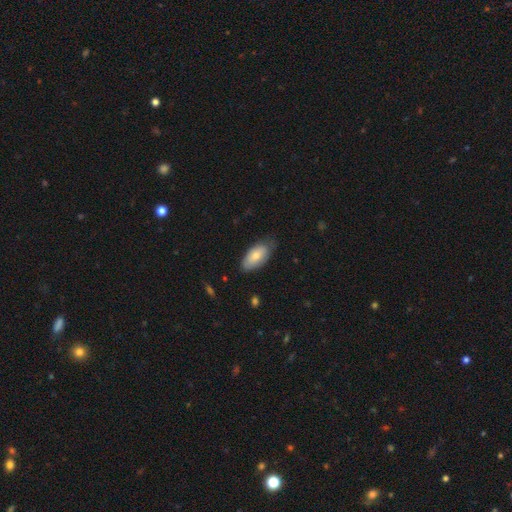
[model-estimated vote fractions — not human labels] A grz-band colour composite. It shows a smooth galaxy with no disk features (74%) that is in between round and cigar-shaped (93%). Merging: none (68%).